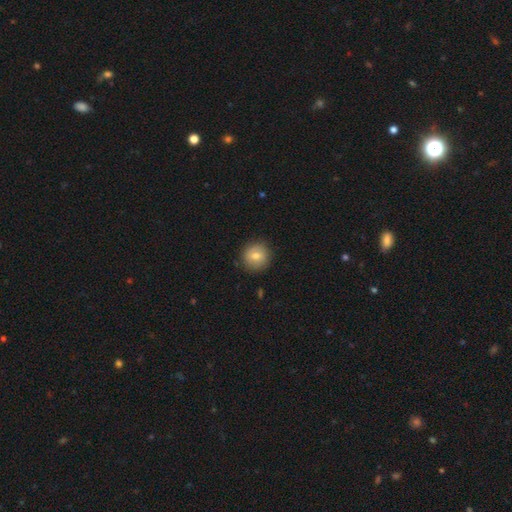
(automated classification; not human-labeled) smooth 73%, featured or disk 17%, star or artifact 10%. Down the decision tree: how rounded — round (91%); merging — none (89%).